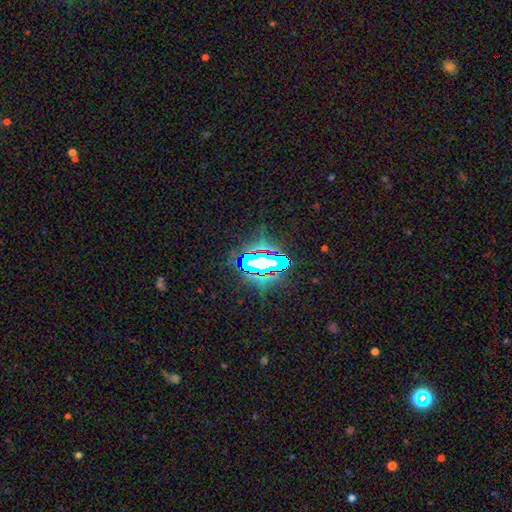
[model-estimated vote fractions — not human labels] smooth-or-featured: star or artifact: 71% | smooth: 17% | featured or disk: 13%